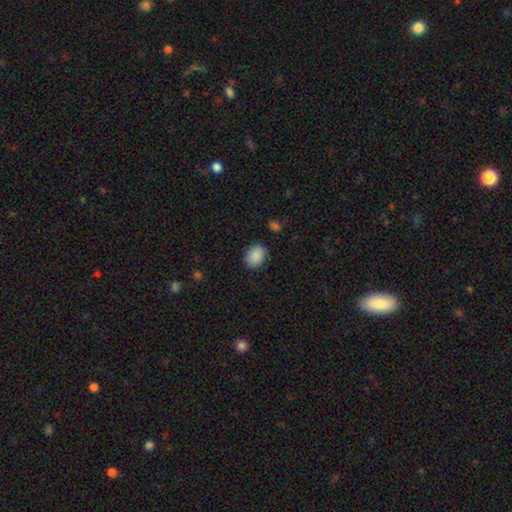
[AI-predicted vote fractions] A smooth galaxy with no disk features (89%) that is in between round and cigar-shaped (63%). Merging: none (85%).